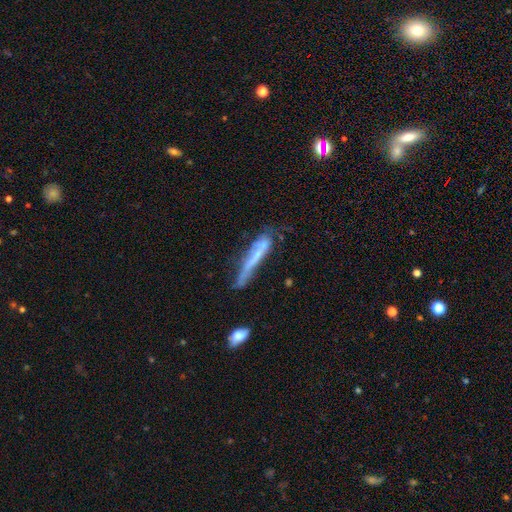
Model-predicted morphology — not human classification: Smooth or featured?
  - featured or disk: 48% *
  - smooth: 43%
  - star or artifact: 10%
Merging?
  - none: 39% *
  - minor disturbance: 27%
  - major disturbance: 21%
  - merger: 12%